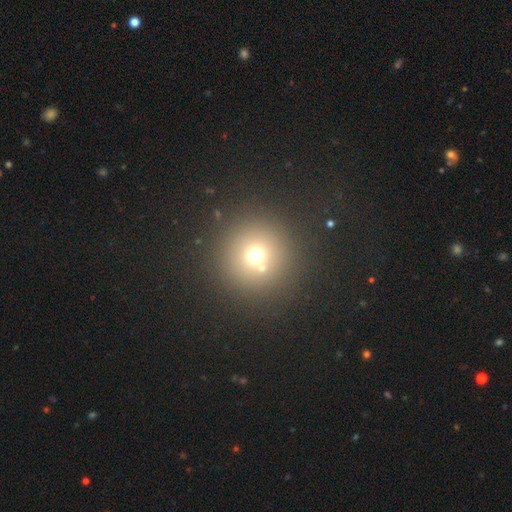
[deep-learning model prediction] A smooth galaxy with no disk features (66%) that is round (96%). Merging: none (79%).